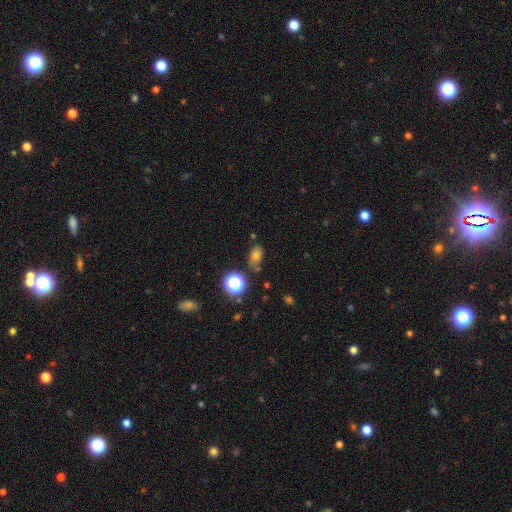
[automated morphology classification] Overall: smooth (66%). How rounded: in between (73%). Merging: none (69%).